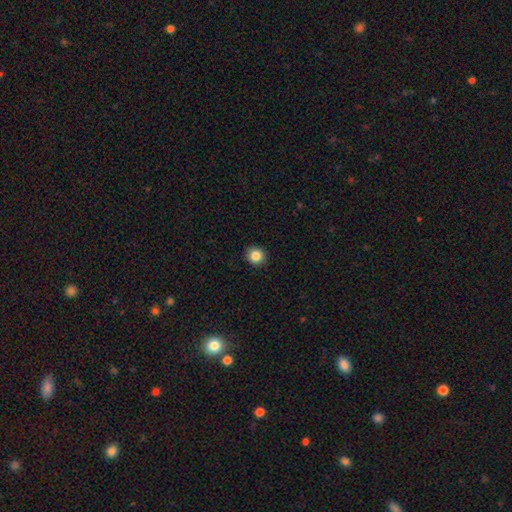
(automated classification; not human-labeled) The model was most divided on "smooth or featured": smooth: 85%, star or artifact: 10%, featured or disk: 5%. More confident: merging — none (92%); how rounded — round (91%).